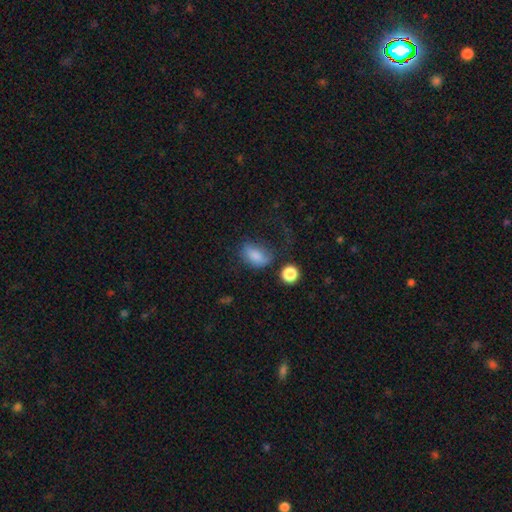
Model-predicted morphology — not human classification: The model was most divided on "merging": none: 42%, minor disturbance: 27%, major disturbance: 25%, merger: 6%. More confident: how rounded — in between (84%); smooth or featured — smooth (79%).